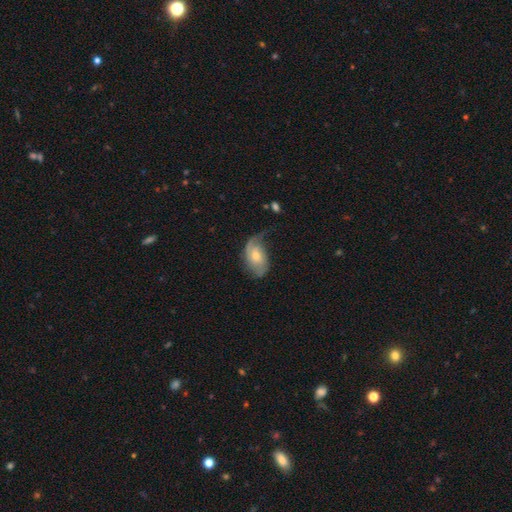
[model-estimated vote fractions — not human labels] smooth_or_featured: featured or disk (p=0.62) [alt: smooth p=0.32]
disk_edge_on: no (p=0.95) [alt: yes p=0.05]
bar: no (p=0.65) [alt: weak p=0.30]
has_spiral_arms: yes (p=0.86) [alt: no p=0.14]
spiral_winding: medium (p=0.38) [alt: loose p=0.37]
spiral_arm_count: 2 (p=0.54) [alt: 1 p=0.29]
bulge_size: moderate (p=0.51) [alt: small p=0.40]
merging: none (p=0.41) [alt: minor disturbance p=0.31]